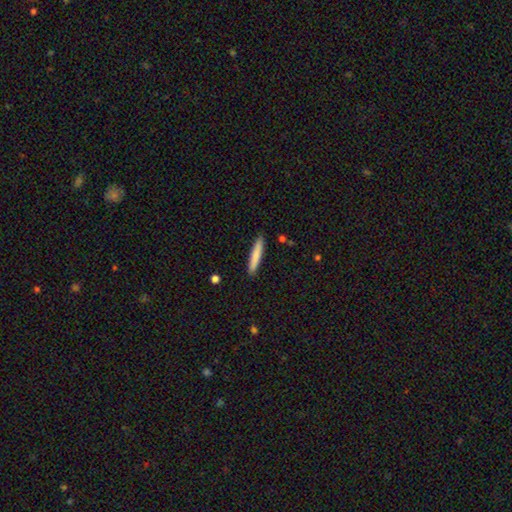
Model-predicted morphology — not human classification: Smooth or featured? smooth (80%)
How rounded? cigar-shaped (93%)
Merging? none (90%)